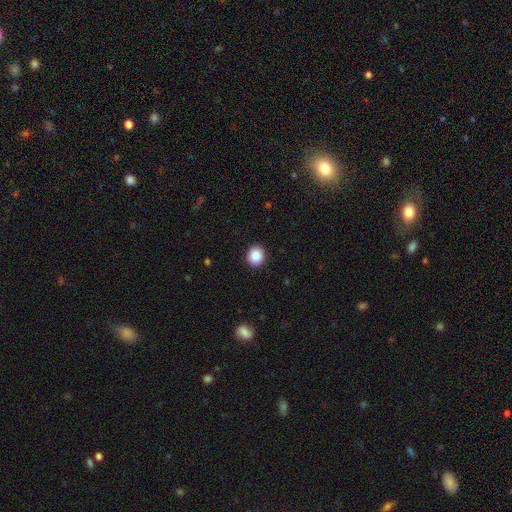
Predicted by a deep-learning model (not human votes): smooth_or_featured: smooth (p=0.88) [alt: star or artifact p=0.09]
how_rounded: round (p=0.81) [alt: in between p=0.18]
merging: none (p=0.91) [alt: minor disturbance p=0.06]